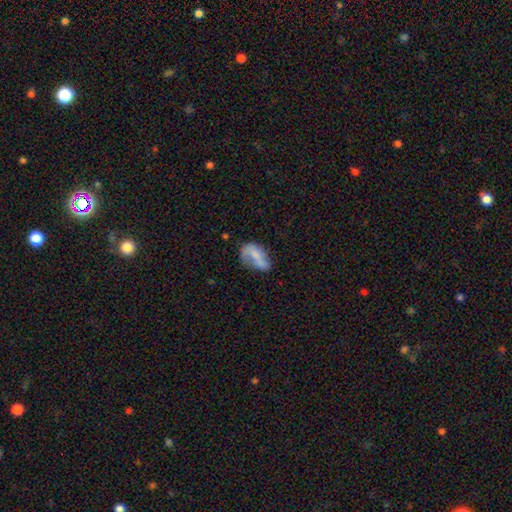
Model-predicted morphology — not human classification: Smooth or featured? smooth (55%)
How rounded? in between (88%)
Merging? none (33%)